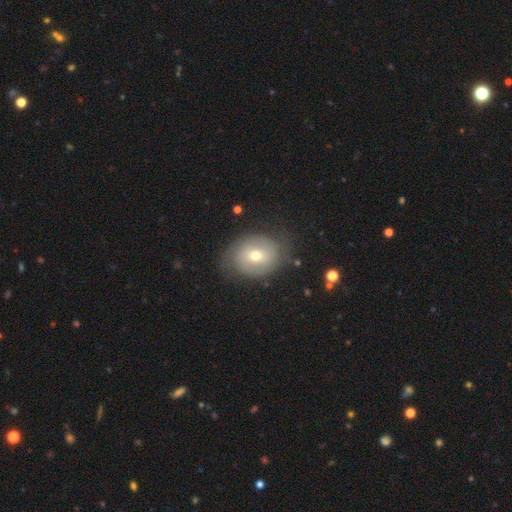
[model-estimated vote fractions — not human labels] smooth_or_featured: featured or disk (p=0.51) [alt: smooth p=0.40]
disk_edge_on: no (p=0.95) [alt: yes p=0.05]
merging: none (p=0.68) [alt: minor disturbance p=0.21]